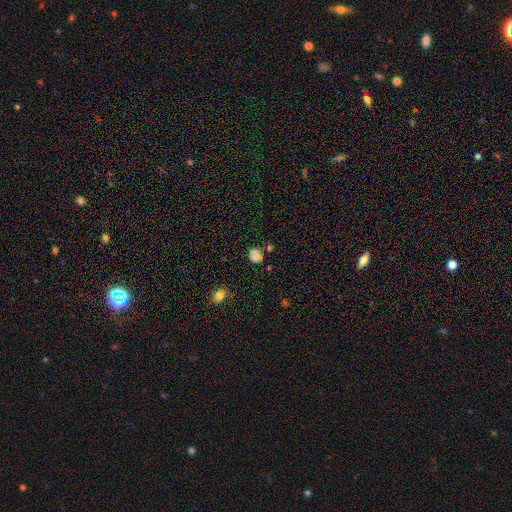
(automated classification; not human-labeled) Overall: smooth (77%). How rounded: round (61%; in between 37%). Merging: none (65%).